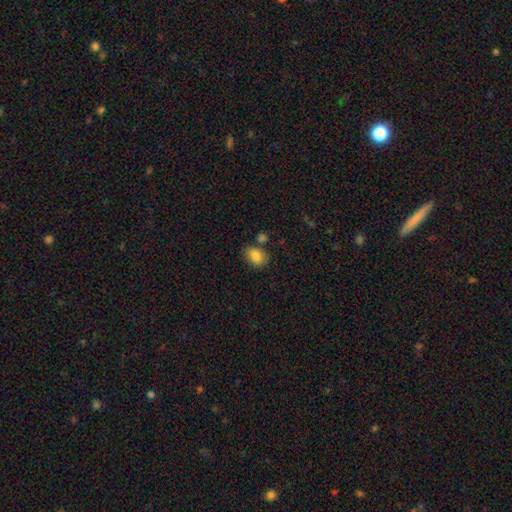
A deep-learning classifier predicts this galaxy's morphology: smooth_or_featured: smooth (p=0.85) [alt: star or artifact p=0.08]
how_rounded: in between (p=0.72) [alt: round p=0.27]
merging: none (p=0.70) [alt: minor disturbance p=0.16]